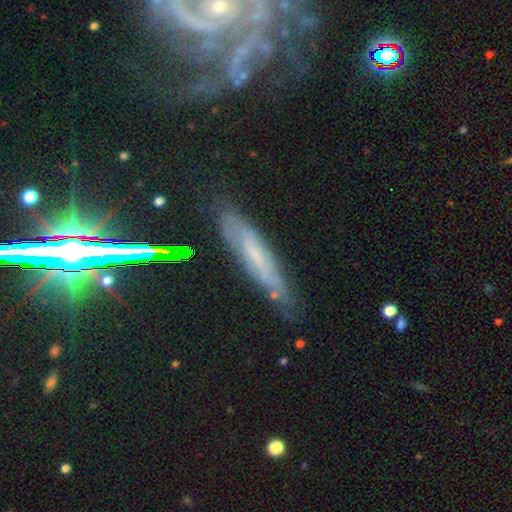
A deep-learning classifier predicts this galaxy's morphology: This appears to be a featured or disk galaxy (54%) viewed edge-on (59%). Merging: none (73%).